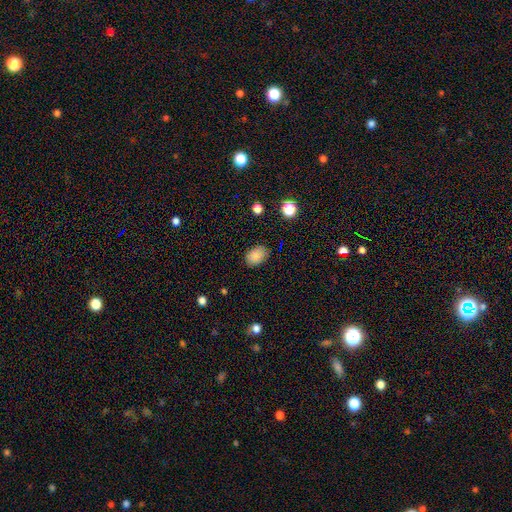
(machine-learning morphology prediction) Smooth or featured?
  - smooth: 85% *
  - star or artifact: 10%
  - featured or disk: 5%
How rounded?
  - in between: 79% *
  - round: 20%
  - cigar-shaped: 1%
Merging?
  - none: 80% *
  - minor disturbance: 16%
  - major disturbance: 3%
  - merger: 1%